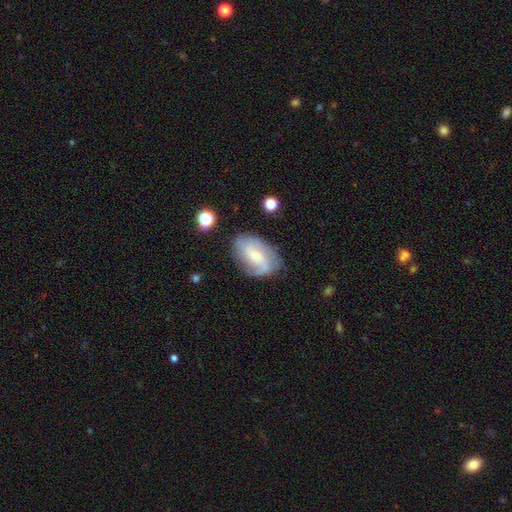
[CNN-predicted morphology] Smooth or featured? featured or disk (63%)
Edge-on disk? no (96%)
Bar? no (47%)
Spiral arms? yes (89%)
Spiral winding? medium (43%)
Spiral arm count? 2 (51%)
Bulge size? small (43%)
Merging? none (69%)